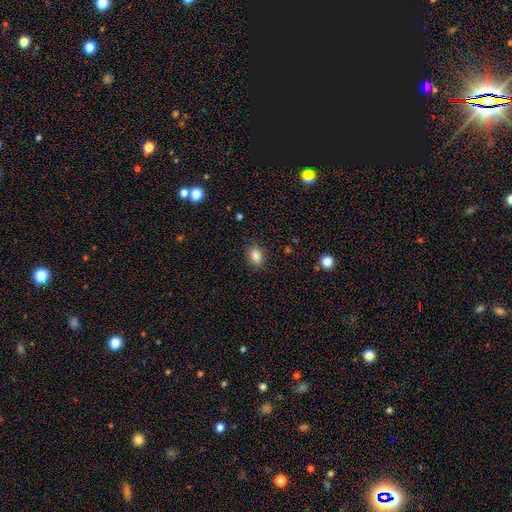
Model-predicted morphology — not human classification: The model was most divided on "how rounded": in between: 77%, round: 22%, cigar-shaped: 2%. More confident: smooth or featured — smooth (85%); merging — none (85%).